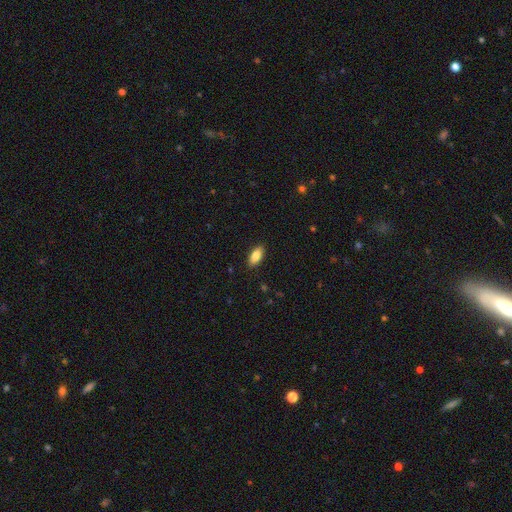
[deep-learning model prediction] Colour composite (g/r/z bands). It shows a smooth galaxy with no disk features (86%) that is in between round and cigar-shaped (87%). Merging: none (89%).